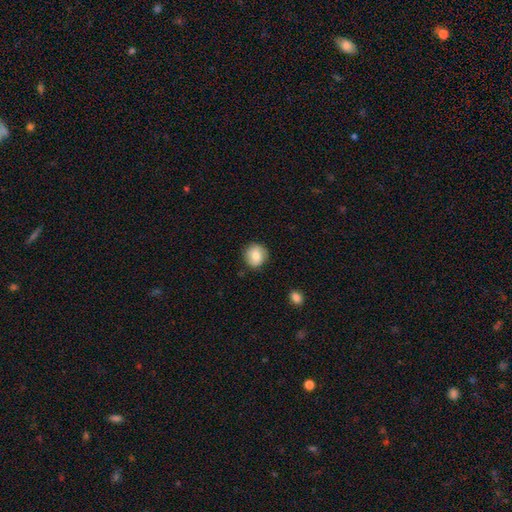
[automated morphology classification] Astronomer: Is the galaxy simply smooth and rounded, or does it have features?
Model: smooth — 76%.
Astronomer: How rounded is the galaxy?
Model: round — 85%.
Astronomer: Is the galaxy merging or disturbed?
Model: none — 83%.